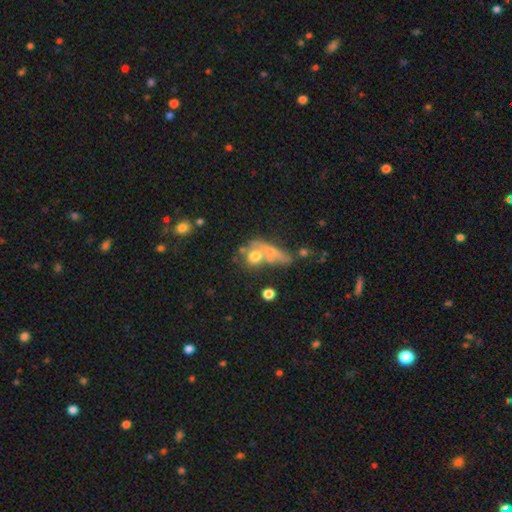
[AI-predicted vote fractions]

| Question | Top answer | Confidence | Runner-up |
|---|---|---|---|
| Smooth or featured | smooth | 63% | featured or disk (24%) |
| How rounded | round | 55% | in between (35%) |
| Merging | merger | 41% | none (35%) |